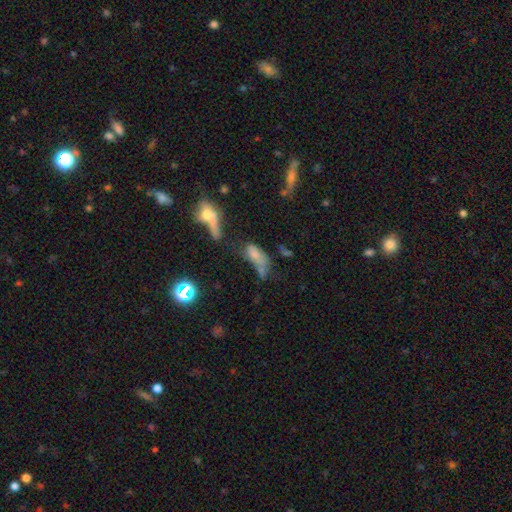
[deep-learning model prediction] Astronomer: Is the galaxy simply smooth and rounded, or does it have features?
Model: smooth — 58%.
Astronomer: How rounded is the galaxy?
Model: in between — 77%.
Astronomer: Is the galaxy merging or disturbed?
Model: merger — 39% (runner-up: major disturbance, 24%).